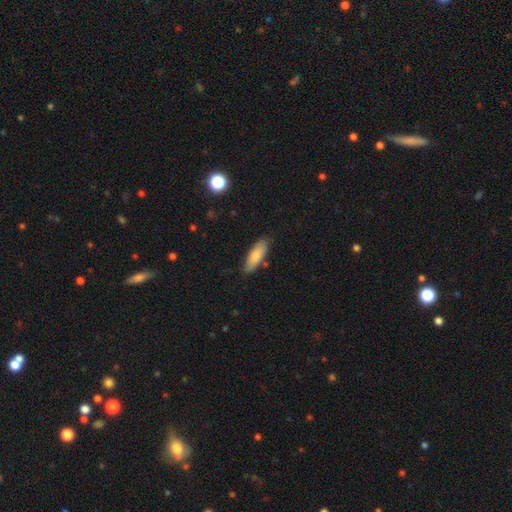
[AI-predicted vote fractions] smooth-or-featured: smooth: 77% | featured or disk: 17% | star or artifact: 6%
  how-rounded: in between: 58% | cigar-shaped: 40% | round: 2%
  merging: none: 81% | minor disturbance: 14% | merger: 3% | major disturbance: 2%